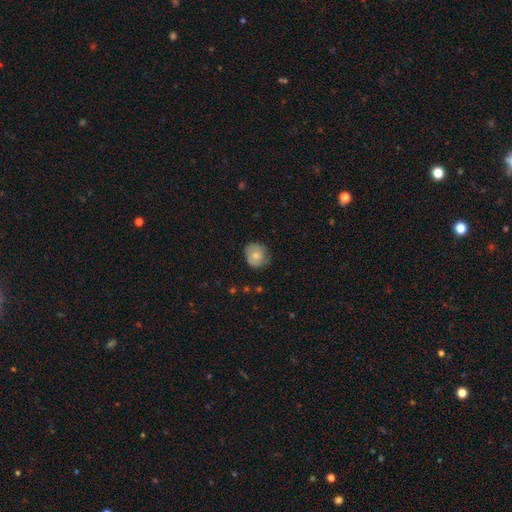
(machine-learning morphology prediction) type=smooth (65%); roundness=round (77%); merging=none (67%).